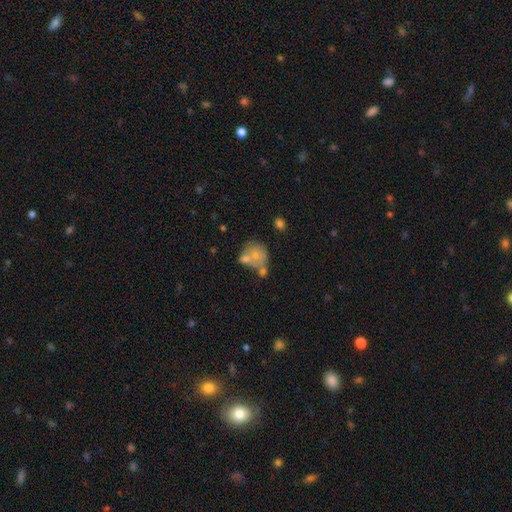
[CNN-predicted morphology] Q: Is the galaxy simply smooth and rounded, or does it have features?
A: smooth — 58%.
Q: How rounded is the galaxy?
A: round — 67%.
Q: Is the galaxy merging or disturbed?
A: merger — 44%.